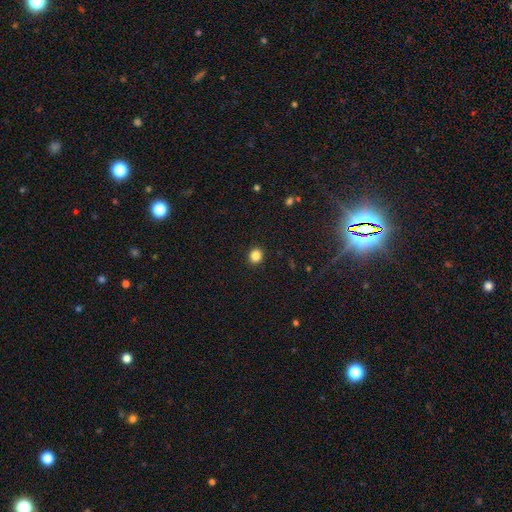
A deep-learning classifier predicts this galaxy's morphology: Overall: smooth (85%). How rounded: round (87%). Merging: none (93%).